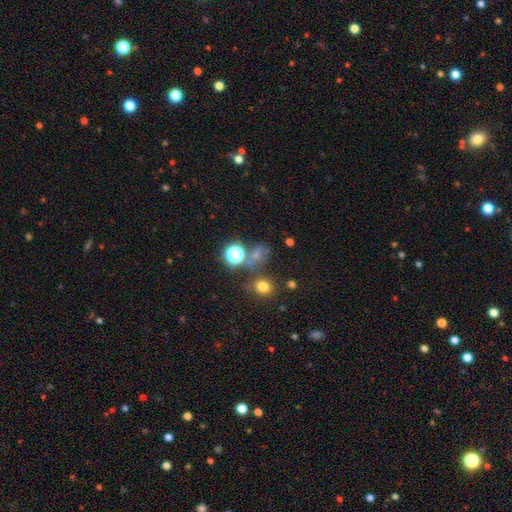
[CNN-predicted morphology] Smooth or featured?
  - smooth: 53% *
  - star or artifact: 37%
  - featured or disk: 10%
How rounded?
  - round: 65% *
  - in between: 34%
  - cigar-shaped: 2%
Merging?
  - none: 57% *
  - merger: 18%
  - minor disturbance: 14%
  - major disturbance: 10%